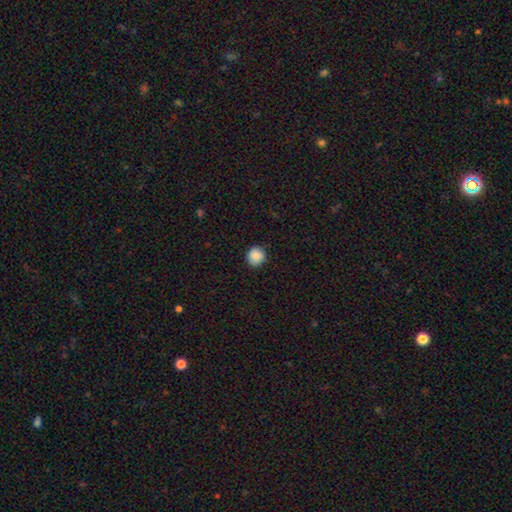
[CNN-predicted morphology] type=smooth (88%); roundness=round (88%); merging=none (89%).